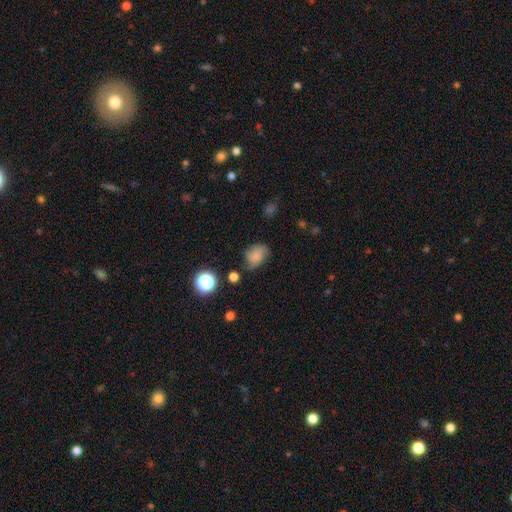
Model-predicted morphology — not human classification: type=smooth (66%); roundness=in between (65%); merging=none (55%).